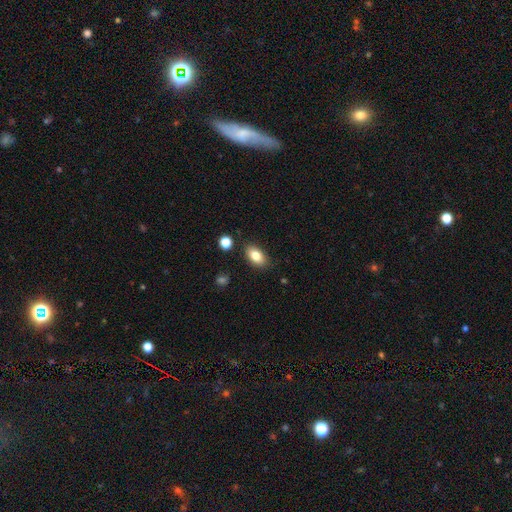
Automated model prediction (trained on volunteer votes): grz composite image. It shows a smooth galaxy with no disk features (82%) that is in between round and cigar-shaped (90%). Merging: none (84%).